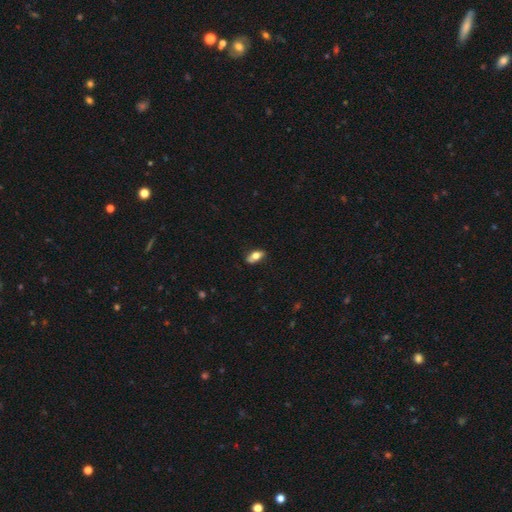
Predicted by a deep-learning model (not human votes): The model was most divided on "smooth or featured": smooth: 66%, featured or disk: 27%, star or artifact: 8%. More confident: how rounded — in between (85%); merging — none (74%).